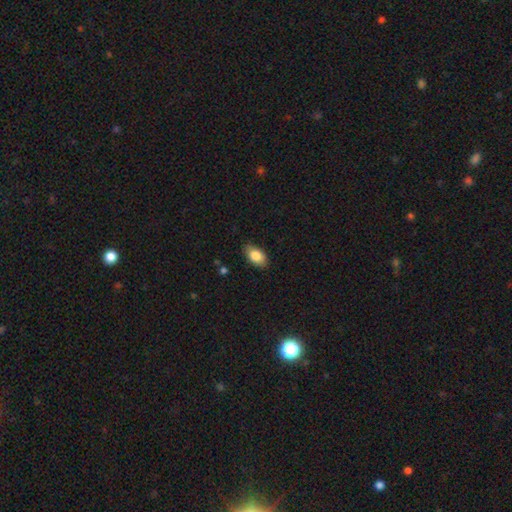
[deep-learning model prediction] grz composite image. It shows a smooth galaxy with no disk features (83%) that is in between round and cigar-shaped (91%). Merging: none (84%).